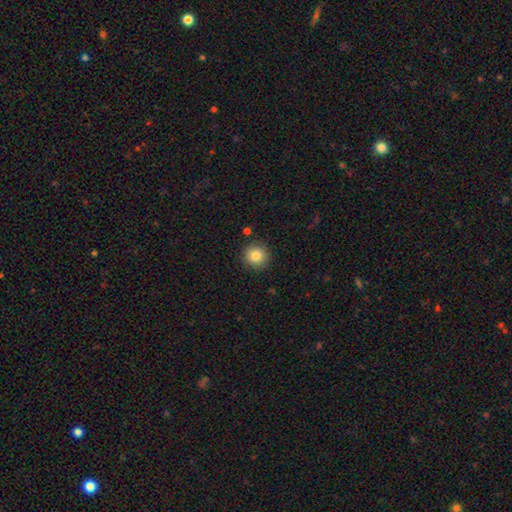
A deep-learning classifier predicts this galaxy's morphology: A smooth galaxy with no disk features (83%) that is round (94%). Merging: none (90%).